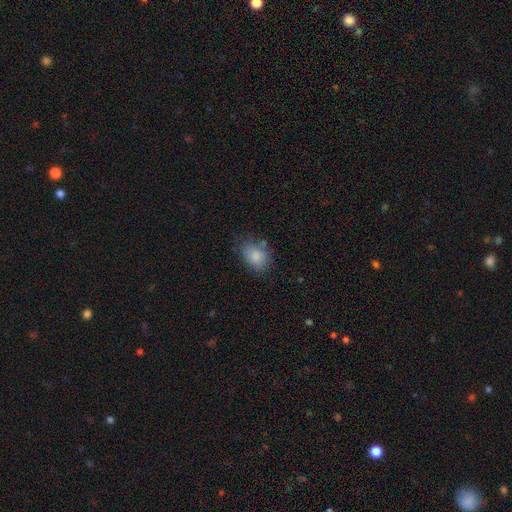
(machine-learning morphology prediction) Smooth or featured: smooth — 84% (star or artifact — 9%)
How rounded: in between — 68% (round — 31%)
Merging: none — 65% (minor disturbance — 23%)